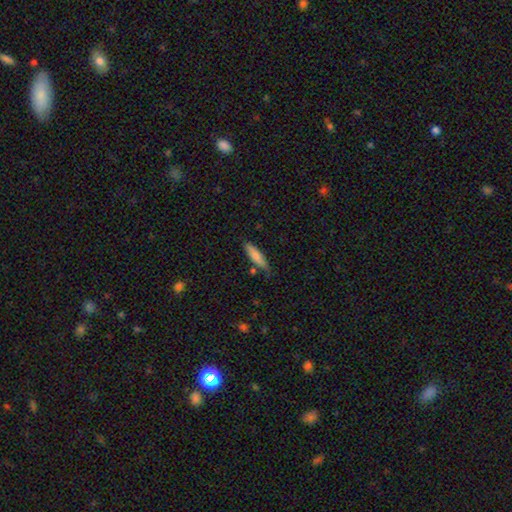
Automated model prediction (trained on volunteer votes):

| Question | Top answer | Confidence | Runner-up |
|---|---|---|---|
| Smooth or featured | smooth | 79% | featured or disk (15%) |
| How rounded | cigar-shaped | 74% | in between (25%) |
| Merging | none | 77% | minor disturbance (16%) |